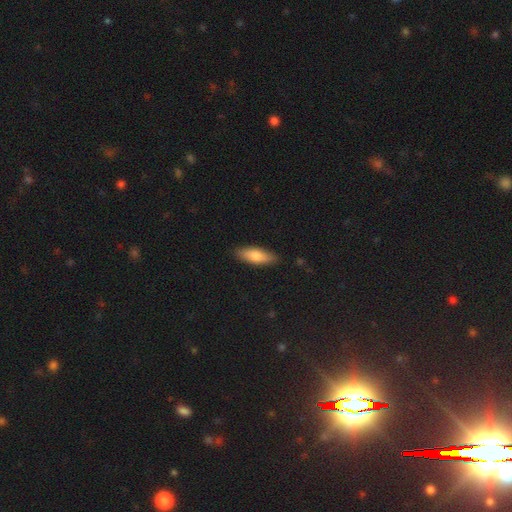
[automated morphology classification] Overall: smooth (76%). How rounded: in between (60%; cigar-shaped 38%). Merging: none (87%).